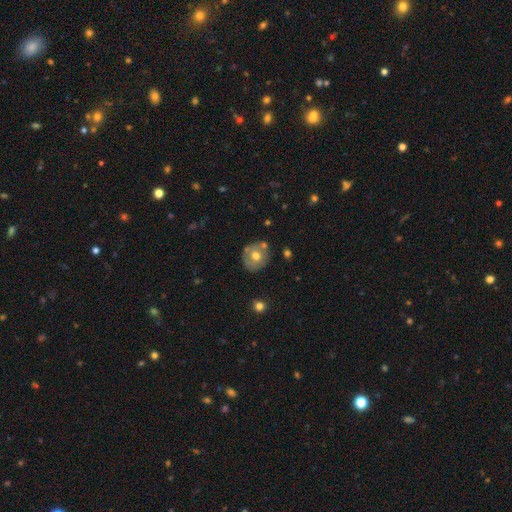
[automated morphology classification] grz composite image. It shows a smooth galaxy with no disk features (54%) that is round (83%). Merging: none (68%).